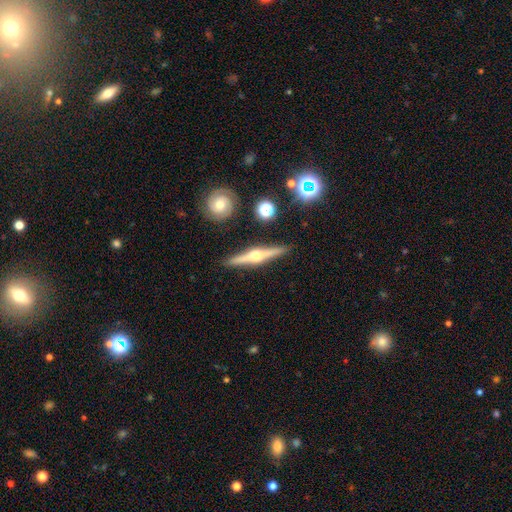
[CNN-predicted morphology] Q: Smooth or featured?
A: featured or disk (80%); runner-up: smooth (15%)
Q: Edge-on disk?
A: yes (98%); runner-up: no (2%)
Q: Edge-on bulge?
A: rounded (95%); runner-up: boxy (3%)
Q: Merging?
A: none (90%); runner-up: minor disturbance (7%)